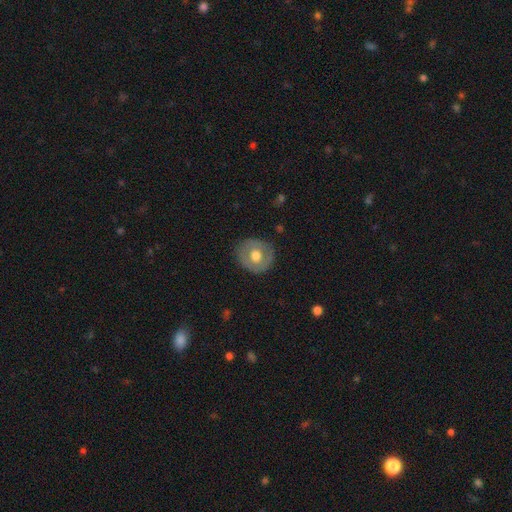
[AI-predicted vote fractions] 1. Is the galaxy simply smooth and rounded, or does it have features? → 53% smooth, 41% featured or disk, 6% star or artifact.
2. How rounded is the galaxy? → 83% round, 16% in between, 1% cigar-shaped.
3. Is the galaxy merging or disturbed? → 84% none, 12% minor disturbance, 3% major disturbance, 1% merger.